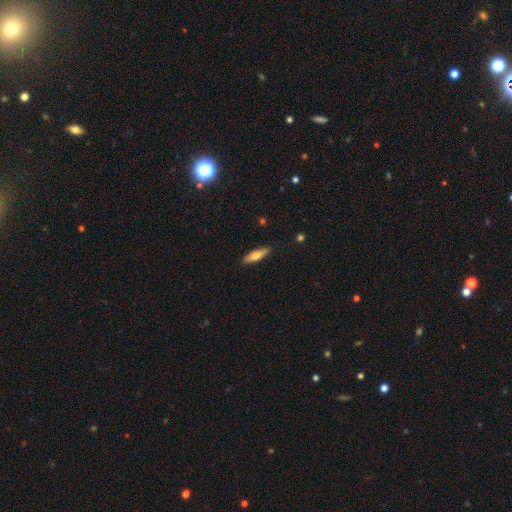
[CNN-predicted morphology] Smooth or featured? smooth (66%)
How rounded? cigar-shaped (64%)
Merging? none (88%)